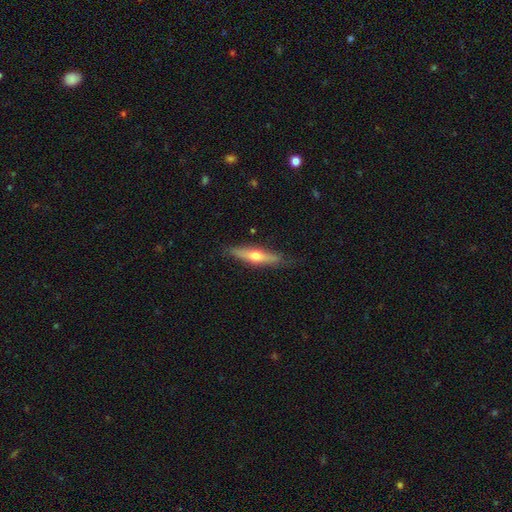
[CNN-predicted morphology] This is possibly a featured or disk galaxy (51%). It is clearly viewed edge-on (90%). Merging: clearly none (82%).